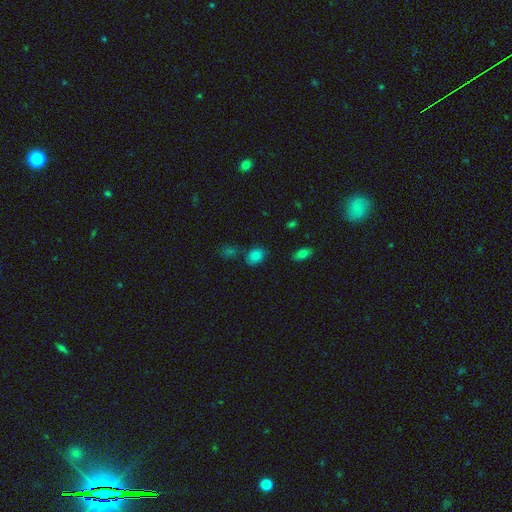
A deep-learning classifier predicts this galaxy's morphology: A smooth galaxy with no disk features (82%) that is in between round and cigar-shaped (68%). Merging: none (75%).